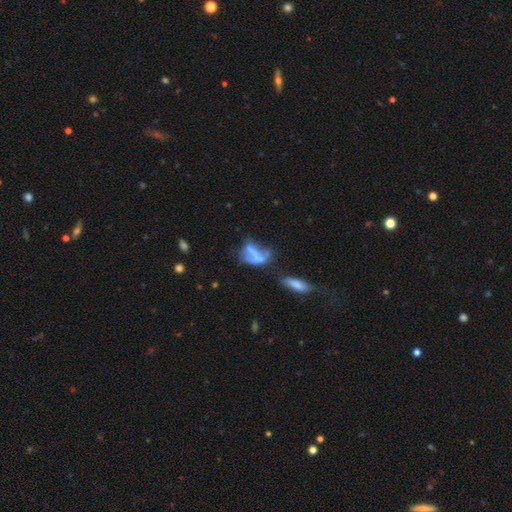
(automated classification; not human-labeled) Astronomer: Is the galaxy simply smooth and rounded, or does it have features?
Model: featured or disk — 47% (runner-up: smooth, 39%).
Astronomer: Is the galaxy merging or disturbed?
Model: merger — 31% (runner-up: major disturbance, 30%).